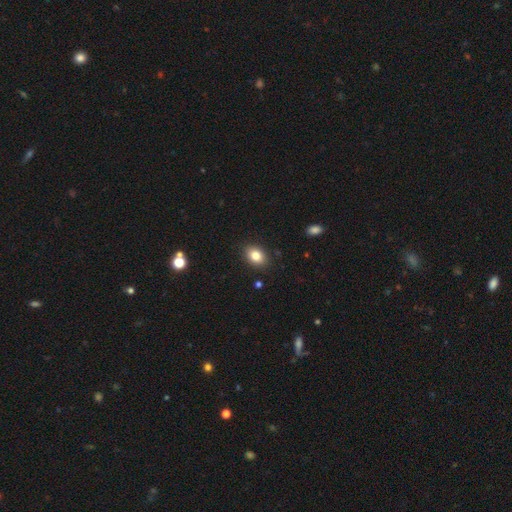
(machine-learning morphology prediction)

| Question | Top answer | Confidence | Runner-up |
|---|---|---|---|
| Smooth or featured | smooth | 83% | star or artifact (10%) |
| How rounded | in between | 73% | round (26%) |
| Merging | none | 88% | minor disturbance (8%) |